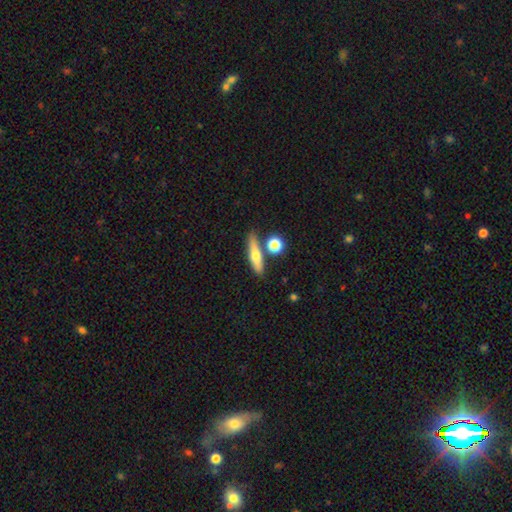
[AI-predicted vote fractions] smooth_or_featured: smooth (p=0.57) [alt: featured or disk p=0.36]
how_rounded: cigar-shaped (p=0.67) [alt: in between p=0.25]
merging: none (p=0.73) [alt: merger p=0.13]